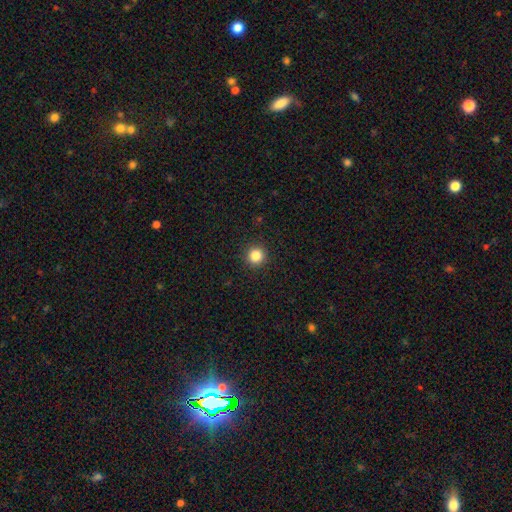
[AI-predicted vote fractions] Q: Smooth or featured?
A: smooth (84%); runner-up: star or artifact (12%)
Q: How rounded?
A: round (95%); runner-up: in between (4%)
Q: Merging?
A: none (93%); runner-up: minor disturbance (4%)